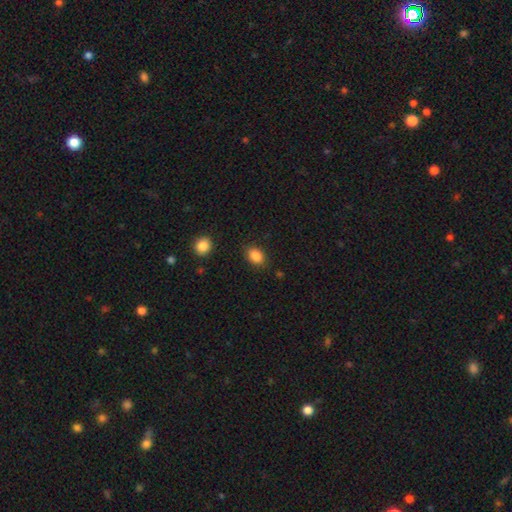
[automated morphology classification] A smooth galaxy with no disk features (87%) that is in between round and cigar-shaped (72%).

Vote fractions:
- Smooth or featured? smooth: 87% / star or artifact: 9% / featured or disk: 4%
- How rounded? in between: 72% / round: 26% / cigar-shaped: 1%
- Merging? none: 83% / minor disturbance: 12% / major disturbance: 3% / merger: 2%